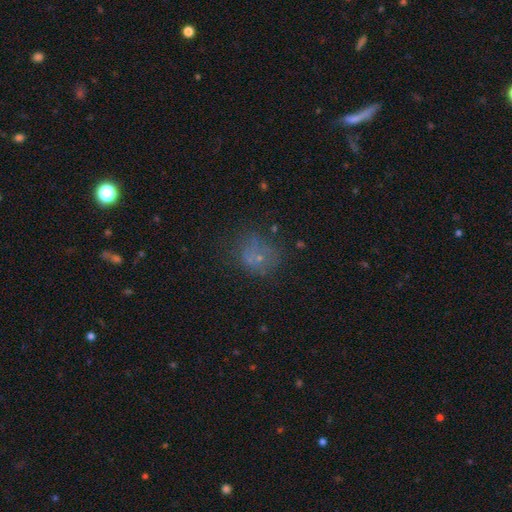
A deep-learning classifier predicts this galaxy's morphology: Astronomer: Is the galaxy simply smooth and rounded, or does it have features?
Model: smooth — 51% (runner-up: star or artifact, 26%).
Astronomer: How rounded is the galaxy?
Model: round — 67%.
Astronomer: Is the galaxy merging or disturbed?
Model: none — 54%.